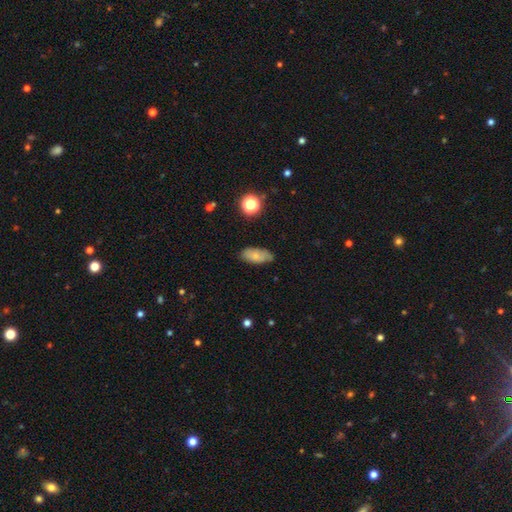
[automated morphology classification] smooth-or-featured: smooth: 72% | featured or disk: 18% | star or artifact: 9%
  how-rounded: in between: 88% | cigar-shaped: 8% | round: 4%
  merging: none: 73% | minor disturbance: 22% | major disturbance: 4% | merger: 2%